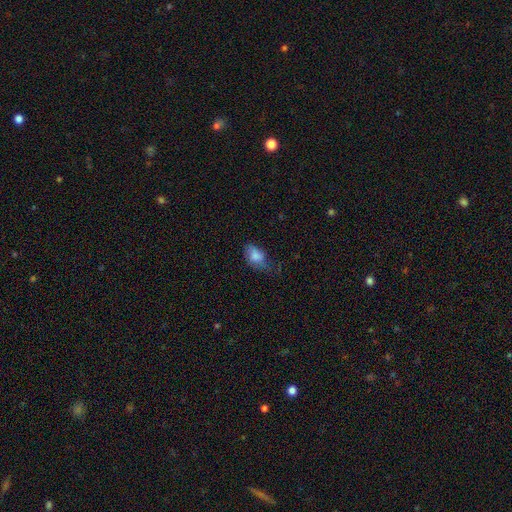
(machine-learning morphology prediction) A smooth galaxy with no disk features (79%) that is in between round and cigar-shaped (88%).

Vote fractions:
- Smooth or featured? smooth: 79% / featured or disk: 12% / star or artifact: 8%
- How rounded? in between: 88% / round: 10% / cigar-shaped: 2%
- Merging? none: 42% / minor disturbance: 38% / major disturbance: 18% / merger: 2%